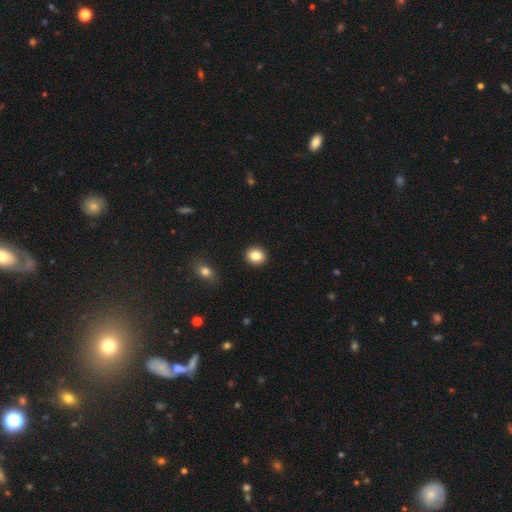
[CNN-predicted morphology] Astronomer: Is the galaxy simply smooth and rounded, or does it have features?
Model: smooth — 85%.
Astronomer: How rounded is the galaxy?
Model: round — 72%.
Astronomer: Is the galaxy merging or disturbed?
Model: none — 92%.